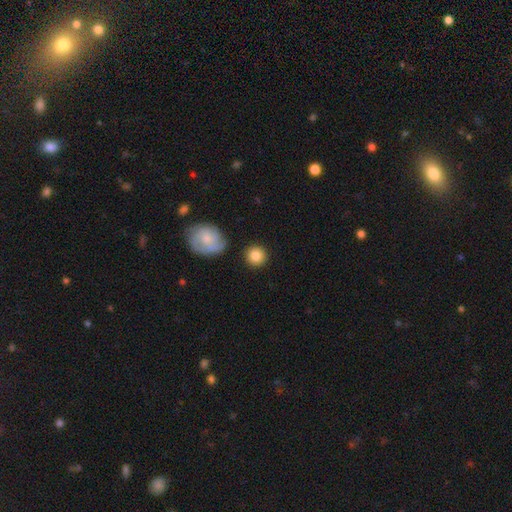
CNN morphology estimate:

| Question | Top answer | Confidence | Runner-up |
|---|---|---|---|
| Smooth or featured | smooth | 84% | featured or disk (9%) |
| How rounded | round | 93% | in between (6%) |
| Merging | none | 85% | minor disturbance (8%) |